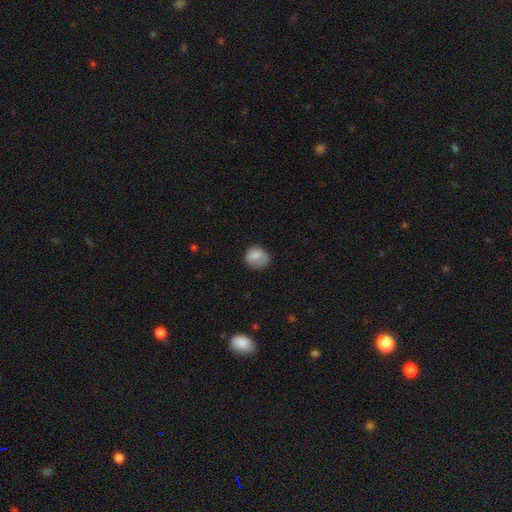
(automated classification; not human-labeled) This appears to be a smooth galaxy with no disk features (79%) that is round (66%). Merging: none (59%).